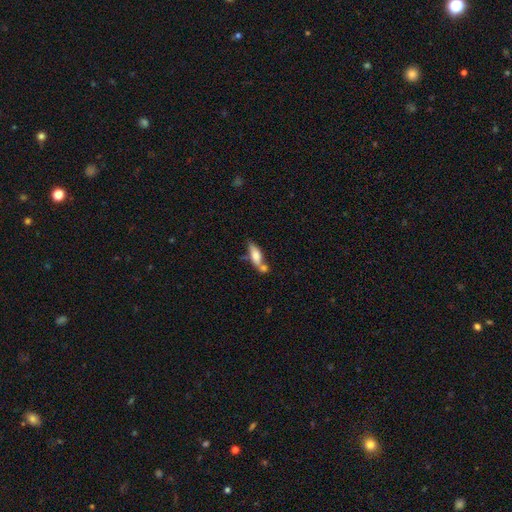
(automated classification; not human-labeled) Q: Smooth or featured?
A: smooth (65%); runner-up: featured or disk (28%)
Q: How rounded?
A: in between (60%); runner-up: cigar-shaped (36%)
Q: Merging?
A: none (40%); runner-up: merger (37%)